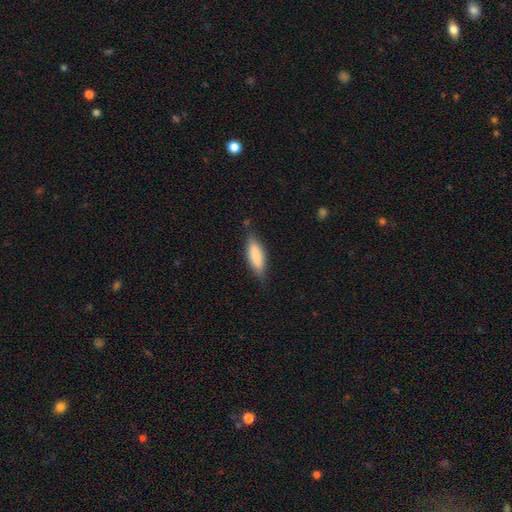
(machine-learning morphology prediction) smooth_or_featured: smooth (p=0.69) [alt: featured or disk p=0.24]
how_rounded: cigar-shaped (p=0.52) [alt: in between p=0.46]
merging: none (p=0.74) [alt: minor disturbance p=0.19]